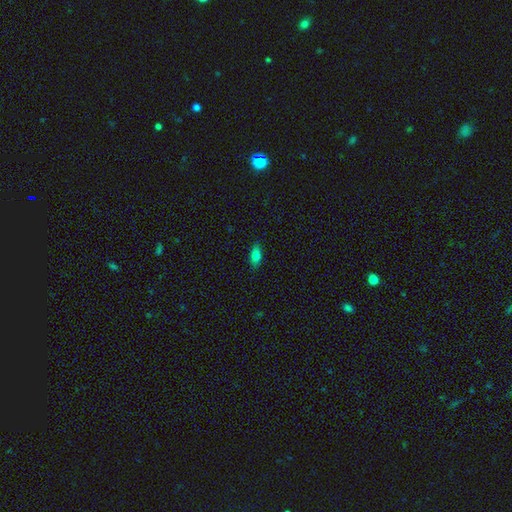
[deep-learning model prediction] smooth 80%, featured or disk 11%, star or artifact 10%. Down the decision tree: how rounded — in between (84%); merging — none (86%).